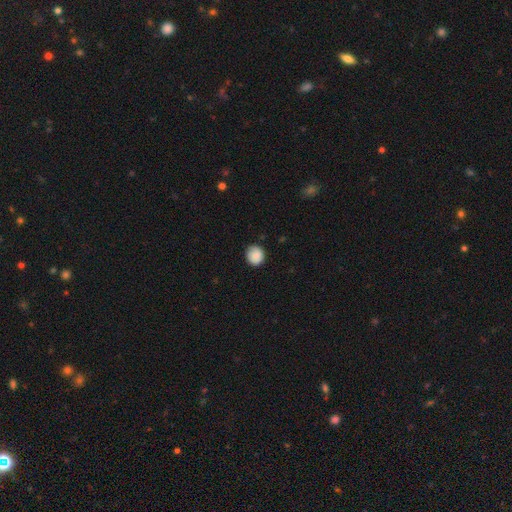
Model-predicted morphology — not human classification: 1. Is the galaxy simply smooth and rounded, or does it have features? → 87% smooth, 8% star or artifact, 5% featured or disk.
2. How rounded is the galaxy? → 84% round, 15% in between, 1% cigar-shaped.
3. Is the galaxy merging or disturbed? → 83% none, 13% minor disturbance, 2% major disturbance, 1% merger.